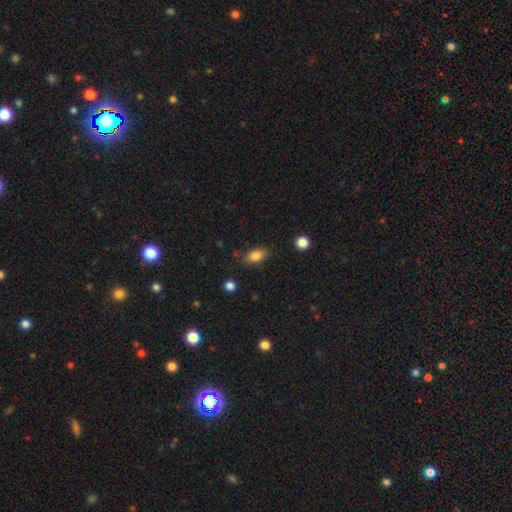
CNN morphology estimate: Q: Smooth or featured?
A: smooth (83%); runner-up: star or artifact (8%)
Q: How rounded?
A: in between (87%); runner-up: round (8%)
Q: Merging?
A: none (79%); runner-up: minor disturbance (15%)